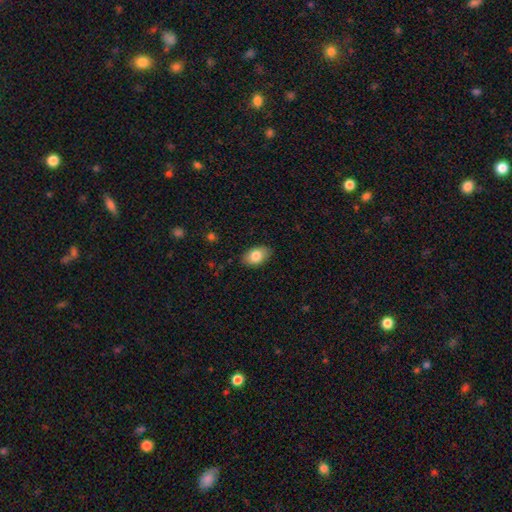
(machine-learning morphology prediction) Smooth or featured: smooth — 82% (featured or disk — 11%)
How rounded: in between — 90% (round — 9%)
Merging: none — 86% (minor disturbance — 11%)